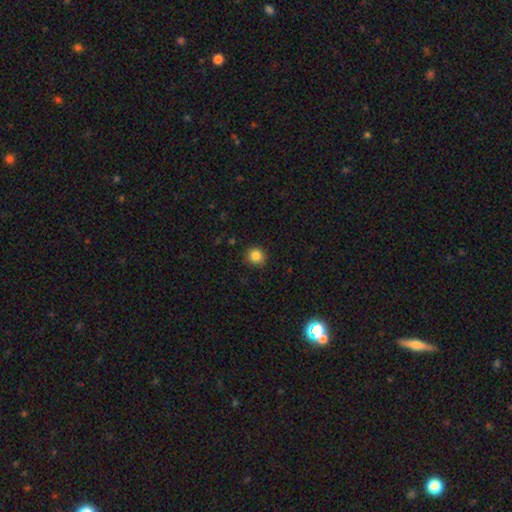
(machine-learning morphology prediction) This appears to be a smooth galaxy with no disk features (85%) that is round (91%). Merging: none (88%).